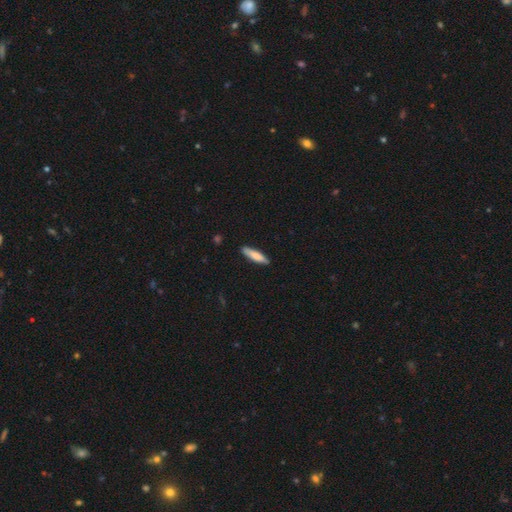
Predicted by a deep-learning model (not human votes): Smooth or featured: smooth — 74% (featured or disk — 21%)
How rounded: cigar-shaped — 76% (in between — 23%)
Merging: none — 88% (minor disturbance — 9%)